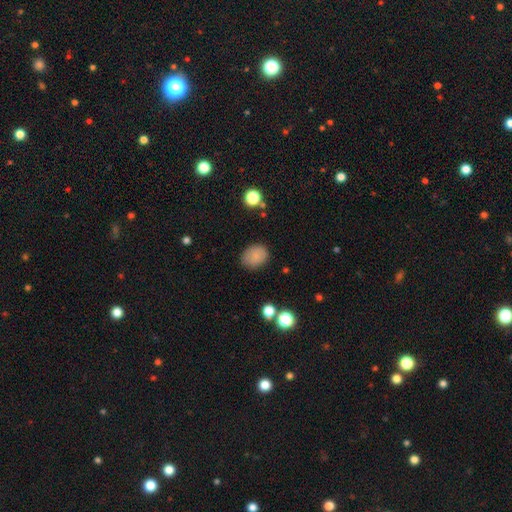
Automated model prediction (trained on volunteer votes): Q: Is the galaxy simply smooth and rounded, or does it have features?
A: smooth — 82%.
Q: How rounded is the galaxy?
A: in between — 54%.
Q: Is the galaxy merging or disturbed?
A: none — 81%.